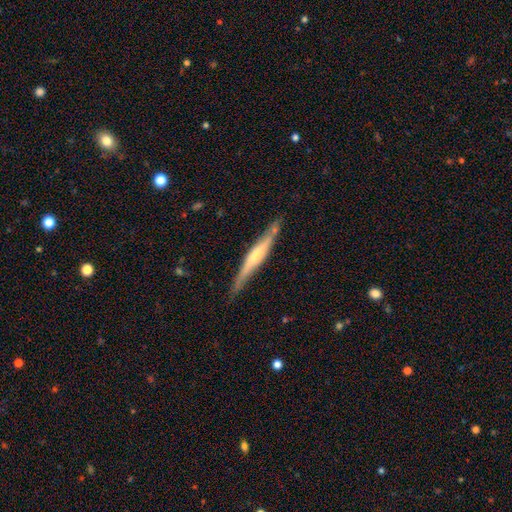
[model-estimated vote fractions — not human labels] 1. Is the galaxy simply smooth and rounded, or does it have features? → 61% featured or disk, 34% smooth, 5% star or artifact.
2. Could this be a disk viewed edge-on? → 94% yes, 6% no.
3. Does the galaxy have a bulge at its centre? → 54% rounded, 29% none, 18% boxy.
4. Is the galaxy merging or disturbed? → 79% none, 15% minor disturbance, 3% merger, 3% major disturbance.